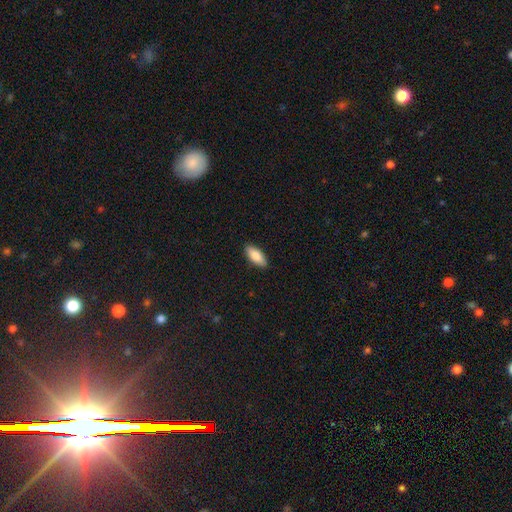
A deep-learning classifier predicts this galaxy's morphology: This is clearly a smooth galaxy (87%). How rounded: clearly in between (84%). Merging: clearly none (89%).